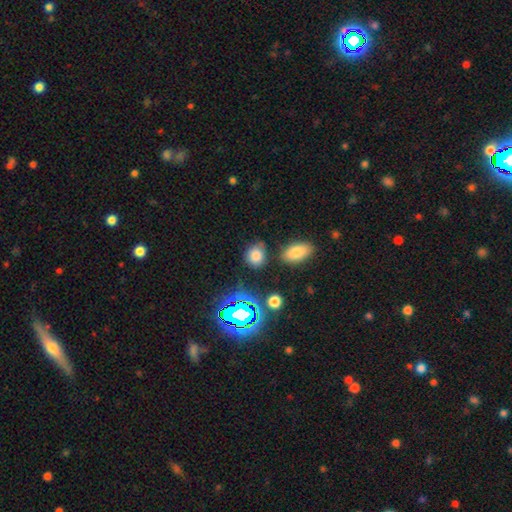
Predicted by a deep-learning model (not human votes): This is likely a smooth galaxy (74%). How rounded: likely round (62%). Merging: likely none (73%).